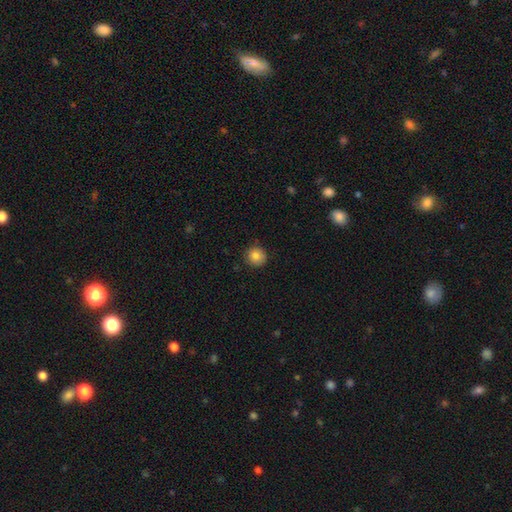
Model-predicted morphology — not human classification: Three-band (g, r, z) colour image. It shows a smooth galaxy with no disk features (84%) that is round (93%). Merging: none (88%).